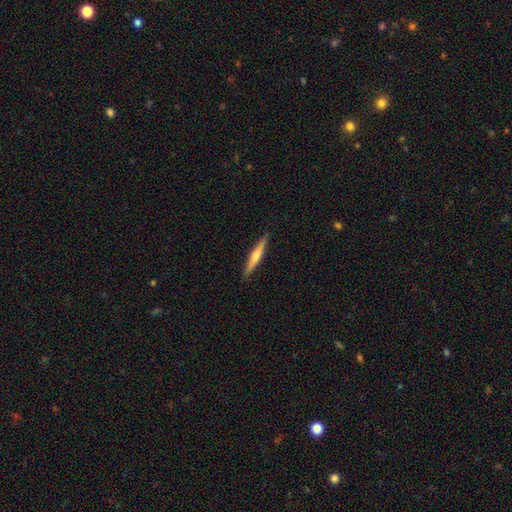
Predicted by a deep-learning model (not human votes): Smooth or featured? Predicted: featured or disk (p=0.60). Edge-on disk? Predicted: yes (p=0.97). Edge-on bulge? Predicted: rounded (p=0.83). Merging? Predicted: none (p=0.91).